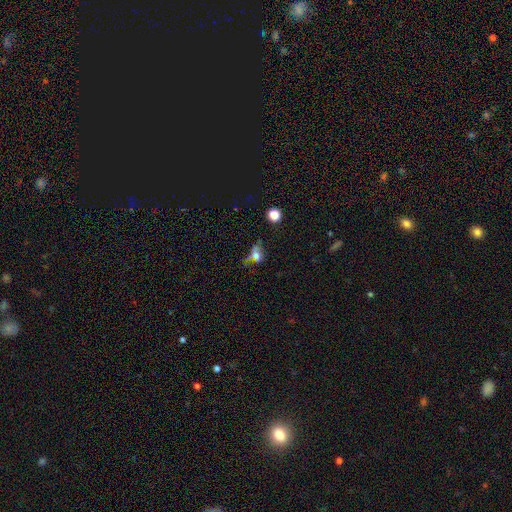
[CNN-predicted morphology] Overall: smooth (50%; featured or disk 26%). Merging: none (34%; major disturbance 25%).